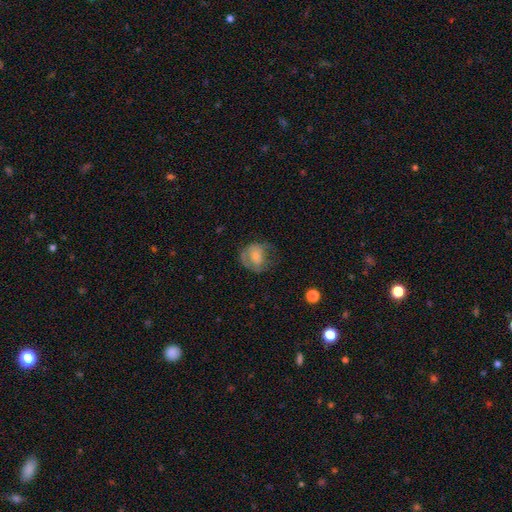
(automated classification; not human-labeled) A smooth galaxy with no disk features (58%) that is round (61%). Merging: none (44%).